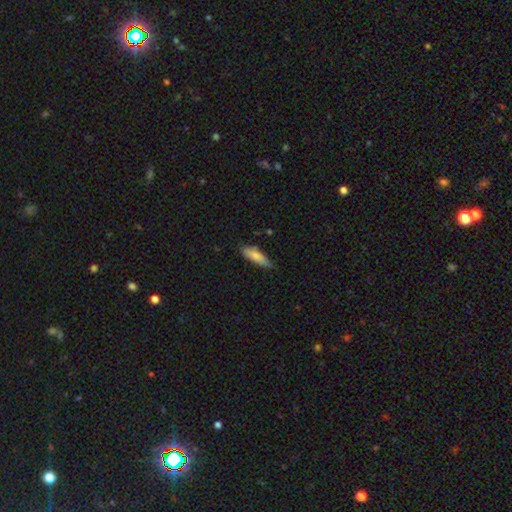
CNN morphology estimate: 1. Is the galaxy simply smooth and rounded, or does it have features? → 80% smooth, 14% featured or disk, 6% star or artifact.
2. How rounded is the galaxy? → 53% cigar-shaped, 45% in between, 2% round.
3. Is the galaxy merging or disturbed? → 76% none, 19% minor disturbance, 3% major disturbance, 2% merger.